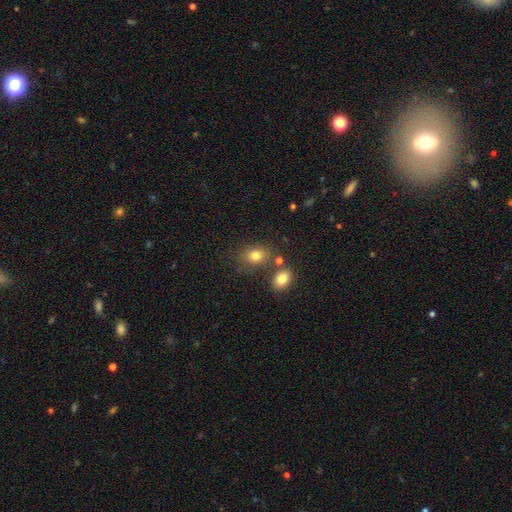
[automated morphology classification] A smooth galaxy with no disk features (80%) that is in between round and cigar-shaped (70%). Merging: none (68%).